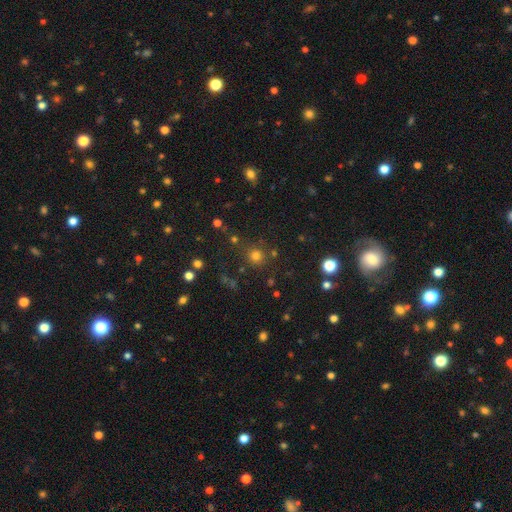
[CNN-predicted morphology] smooth 72%, star or artifact 22%, featured or disk 6%. Down the decision tree: how rounded — round (93%); merging — none (82%).